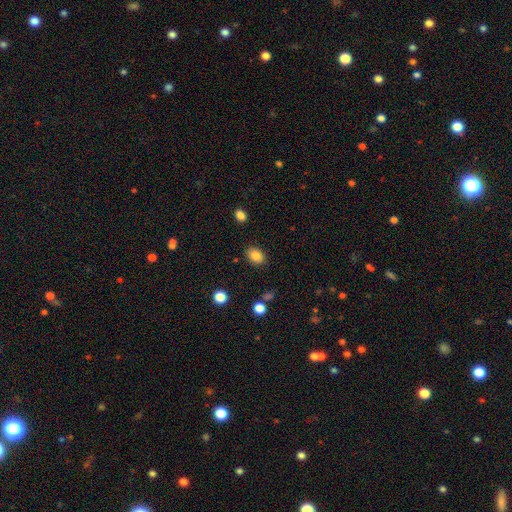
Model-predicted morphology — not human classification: This is clearly a smooth galaxy (84%). How rounded: likely in between (66%). Merging: clearly none (86%).